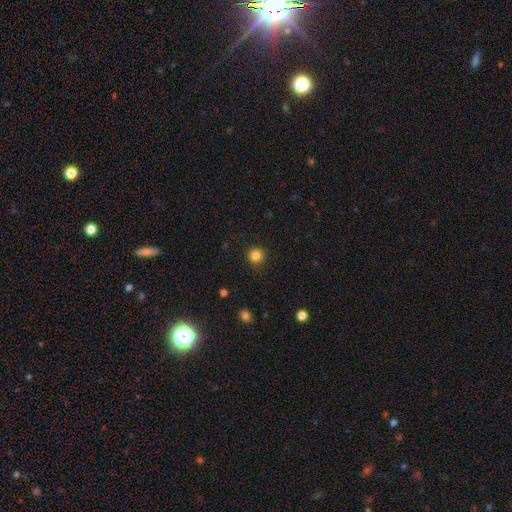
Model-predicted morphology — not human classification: A smooth galaxy with no disk features (83%) that is round (94%).

Vote fractions:
- Smooth or featured? smooth: 83% / star or artifact: 12% / featured or disk: 4%
- How rounded? round: 94% / in between: 5% / cigar-shaped: 1%
- Merging? none: 89% / minor disturbance: 8% / major disturbance: 2% / merger: 1%